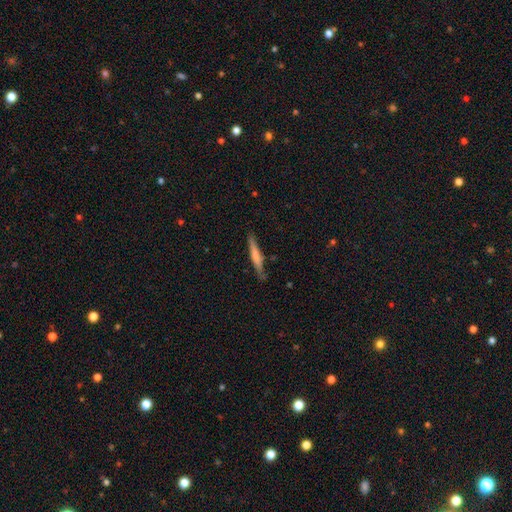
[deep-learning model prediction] smooth-or-featured: smooth: 60% | featured or disk: 34% | star or artifact: 5%
  how-rounded: cigar-shaped: 94% | in between: 4% | round: 1%
  merging: none: 82% | minor disturbance: 14% | major disturbance: 2% | merger: 2%